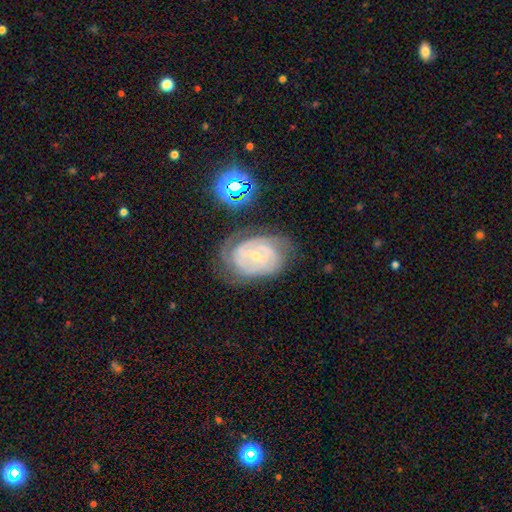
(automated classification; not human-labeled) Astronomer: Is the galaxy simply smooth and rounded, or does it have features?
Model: featured or disk — 80%.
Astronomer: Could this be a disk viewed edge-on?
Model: no — 97%.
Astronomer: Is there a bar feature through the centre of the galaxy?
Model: no — 45% (runner-up: weak, 41%).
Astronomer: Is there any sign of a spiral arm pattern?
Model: yes — 90%.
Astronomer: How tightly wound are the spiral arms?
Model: tight — 68%.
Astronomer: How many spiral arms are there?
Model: can't tell — 40% (runner-up: 2, 30%).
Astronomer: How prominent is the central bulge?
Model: small — 72%.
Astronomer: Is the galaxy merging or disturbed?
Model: none — 62%.